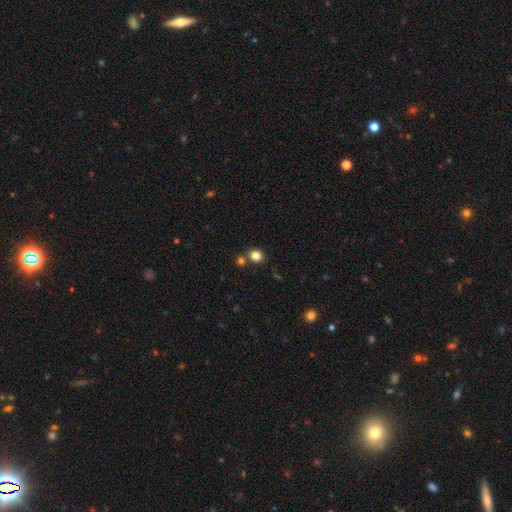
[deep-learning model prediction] Smooth or featured: smooth — 83% (star or artifact — 12%)
How rounded: round — 79% (in between — 20%)
Merging: none — 74% (merger — 16%)